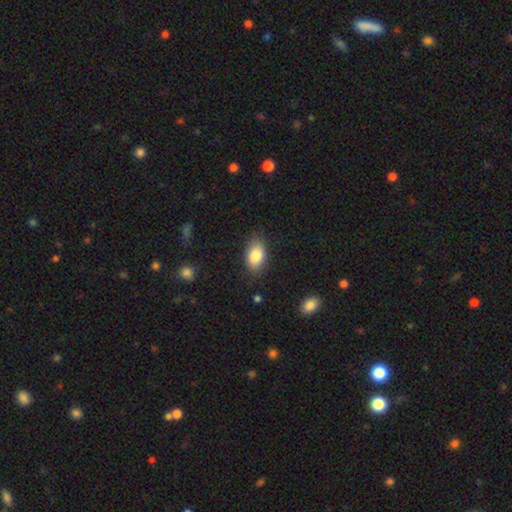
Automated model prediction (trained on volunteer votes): Q: Smooth or featured?
A: smooth (84%); runner-up: featured or disk (8%)
Q: How rounded?
A: in between (89%); runner-up: round (9%)
Q: Merging?
A: none (82%); runner-up: minor disturbance (14%)